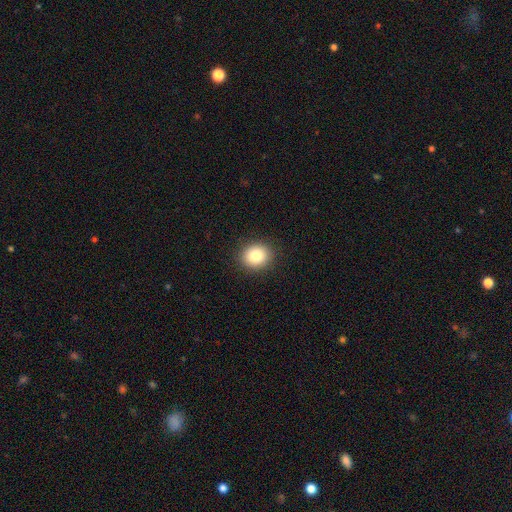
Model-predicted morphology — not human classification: smooth-or-featured: smooth: 84% | star or artifact: 9% | featured or disk: 6%
  how-rounded: round: 74% | in between: 25% | cigar-shaped: 1%
  merging: none: 91% | minor disturbance: 6% | major disturbance: 2% | merger: 1%